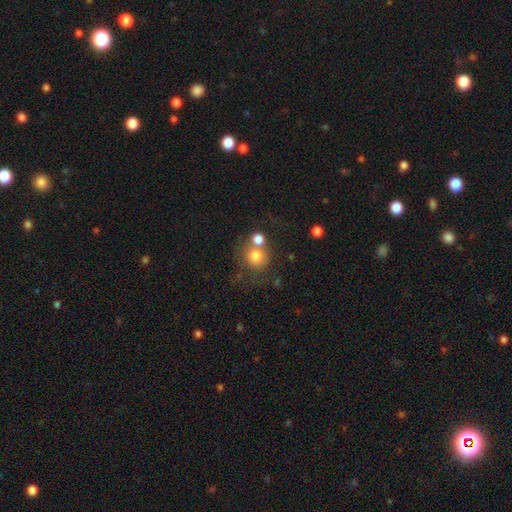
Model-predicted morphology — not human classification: Smooth or featured: smooth — 76% (featured or disk — 12%)
How rounded: round — 88% (in between — 12%)
Merging: none — 51% (merger — 32%)